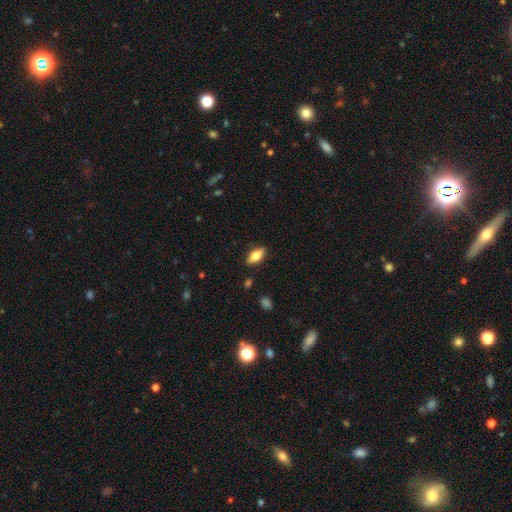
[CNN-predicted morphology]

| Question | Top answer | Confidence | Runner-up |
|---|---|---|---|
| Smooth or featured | smooth | 72% | featured or disk (21%) |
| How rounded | in between | 84% | cigar-shaped (13%) |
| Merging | none | 87% | minor disturbance (10%) |